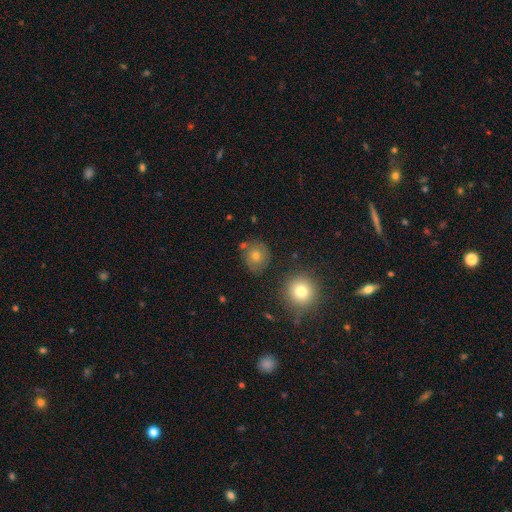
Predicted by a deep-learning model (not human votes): A smooth galaxy with no disk features (65%) that is round (86%). Merging: none (81%).